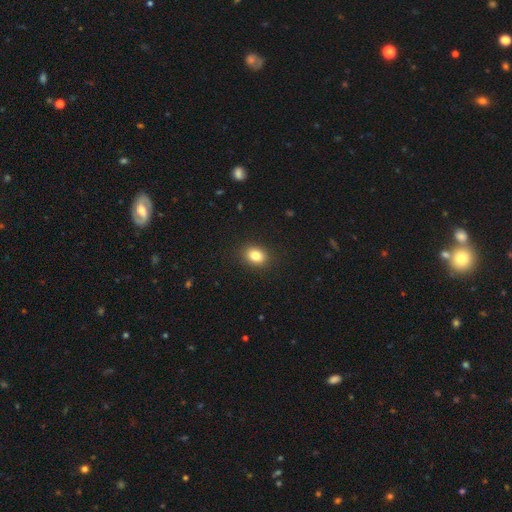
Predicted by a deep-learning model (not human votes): Smooth or featured? Predicted: smooth (p=0.83). How rounded? Predicted: in between (p=0.61). Merging? Predicted: none (p=0.90).